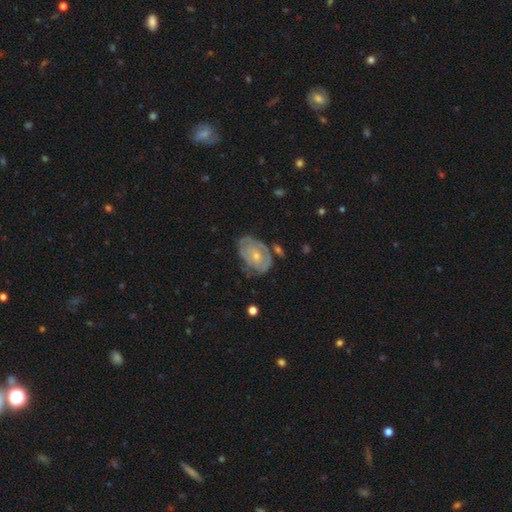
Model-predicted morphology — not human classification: This appears to be a featured or disk galaxy (63%) with no bar (81%), spiral arms (63%) and a small central bulge (64%). Merging: none (52%).